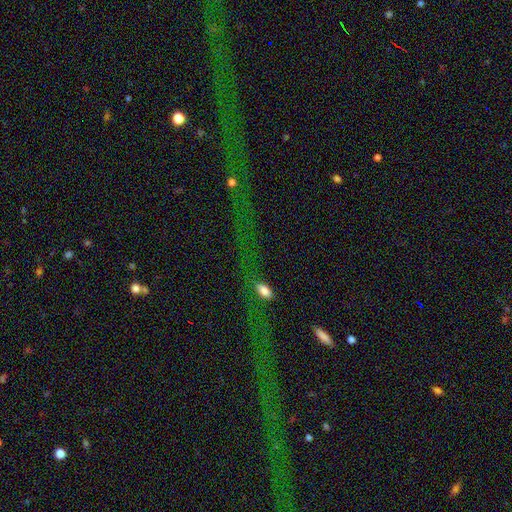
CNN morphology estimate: smooth_or_featured: star or artifact (p=0.51) [alt: smooth p=0.26]